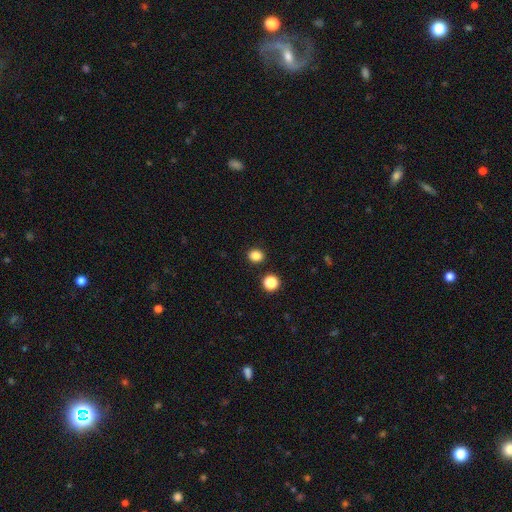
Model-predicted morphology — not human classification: Overall: smooth (84%). How rounded: round (71%). Merging: none (89%).